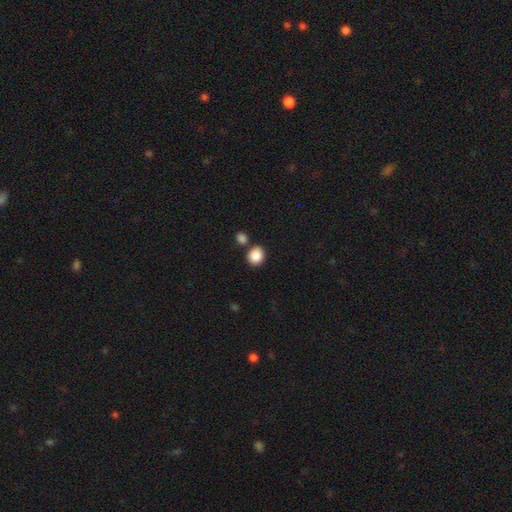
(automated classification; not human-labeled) The model was most divided on "how rounded": round: 76%, in between: 23%, cigar-shaped: 1%. More confident: smooth or featured — smooth (87%); merging — none (73%).